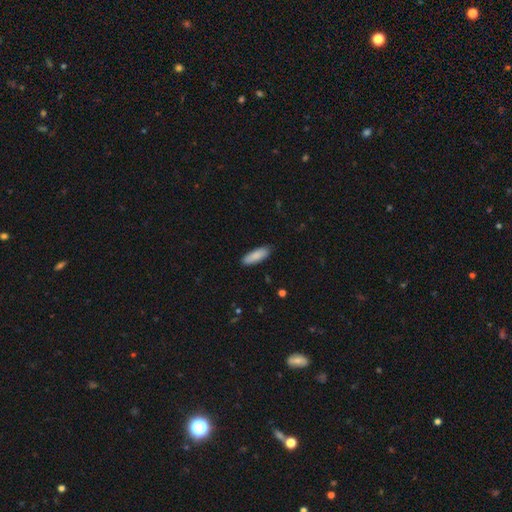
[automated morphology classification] Smooth or featured?
  - smooth: 87% *
  - featured or disk: 7%
  - star or artifact: 6%
How rounded?
  - in between: 60% *
  - cigar-shaped: 38%
  - round: 1%
Merging?
  - none: 87% *
  - minor disturbance: 10%
  - major disturbance: 2%
  - merger: 1%